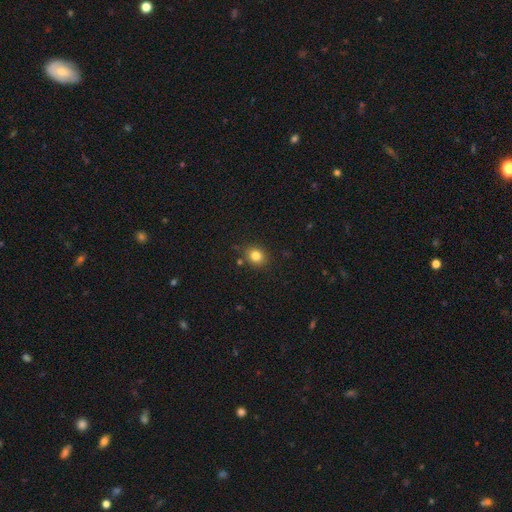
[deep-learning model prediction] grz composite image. It shows a smooth galaxy with no disk features (82%) that is round (68%). Merging: none (82%).